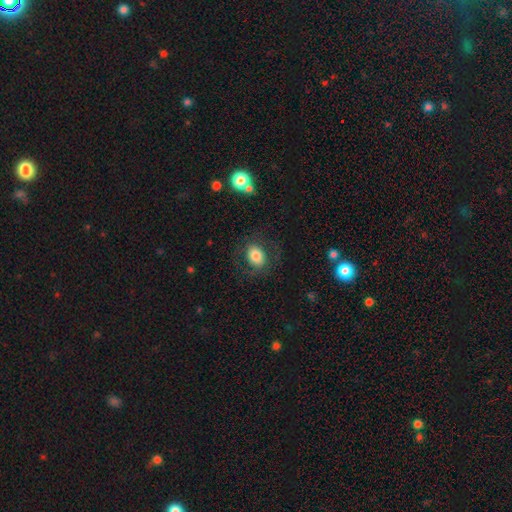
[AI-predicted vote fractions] This appears to be a smooth galaxy with no disk features (74%) that is in between round and cigar-shaped (64%). Merging: none (77%).